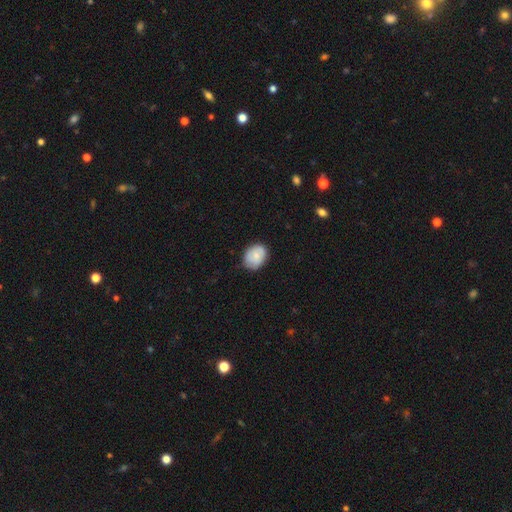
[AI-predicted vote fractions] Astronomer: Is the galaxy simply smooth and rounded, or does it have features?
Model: smooth — 76%.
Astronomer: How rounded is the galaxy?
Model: in between — 60% (runner-up: round, 39%).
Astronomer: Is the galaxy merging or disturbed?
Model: none — 78%.